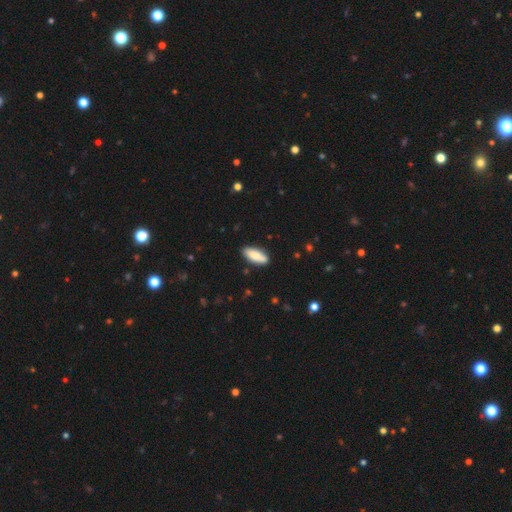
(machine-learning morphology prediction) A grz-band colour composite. It shows a smooth galaxy with no disk features (83%) that is in between round and cigar-shaped (72%). Merging: none (84%).